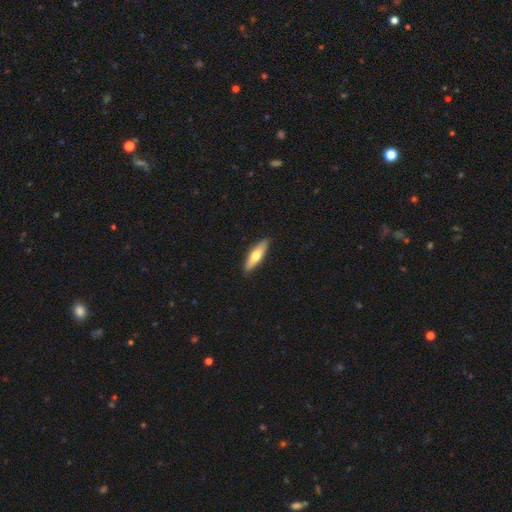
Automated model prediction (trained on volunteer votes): smooth_or_featured: smooth (p=0.60) [alt: featured or disk p=0.35]
how_rounded: cigar-shaped (p=0.67) [alt: in between p=0.31]
merging: none (p=0.89) [alt: minor disturbance p=0.08]